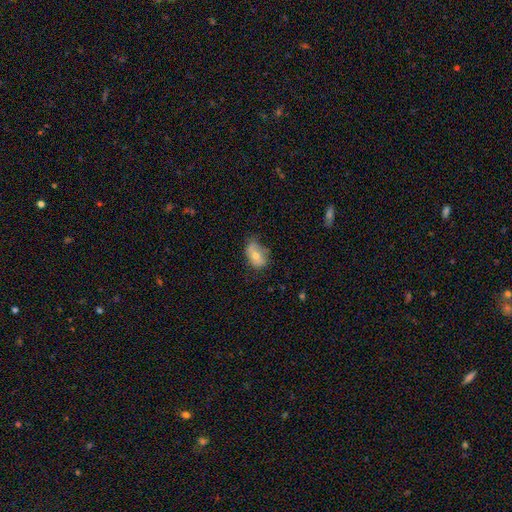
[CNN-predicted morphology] Overall: smooth (60%; featured or disk 31%). How rounded: in between (78%). Merging: none (49%; minor disturbance 36%).